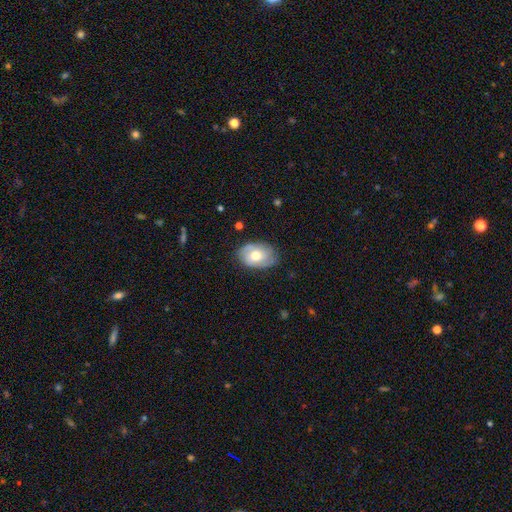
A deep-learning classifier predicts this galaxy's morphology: A smooth galaxy with no disk features (53%) that is in between round and cigar-shaped (81%).

Vote fractions:
- Smooth or featured? smooth: 53% / featured or disk: 40% / star or artifact: 7%
- How rounded? in between: 81% / round: 18% / cigar-shaped: 1%
- Merging? none: 74% / minor disturbance: 20% / major disturbance: 4% / merger: 1%